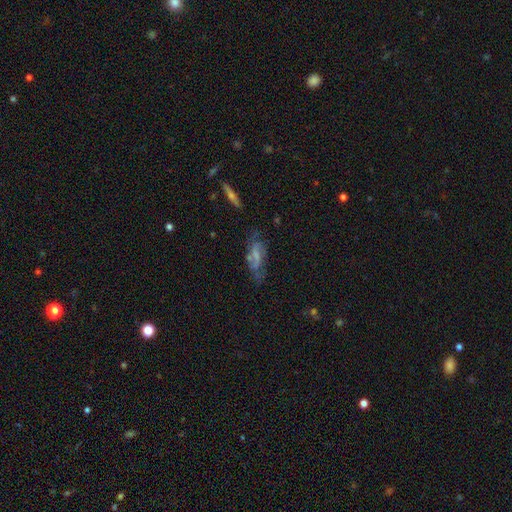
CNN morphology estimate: The model was most divided on "smooth or featured": featured or disk: 58%, smooth: 32%, star or artifact: 10%. More confident: edge-on disk — no (84%); merging — none (54%).